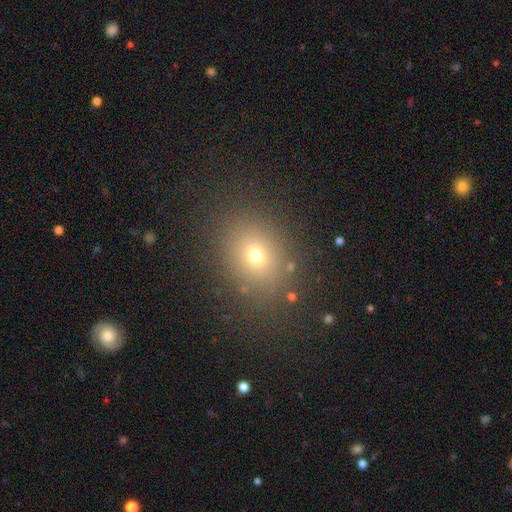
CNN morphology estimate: A smooth galaxy with no disk features (68%) that is round (53%). Merging: none (85%).